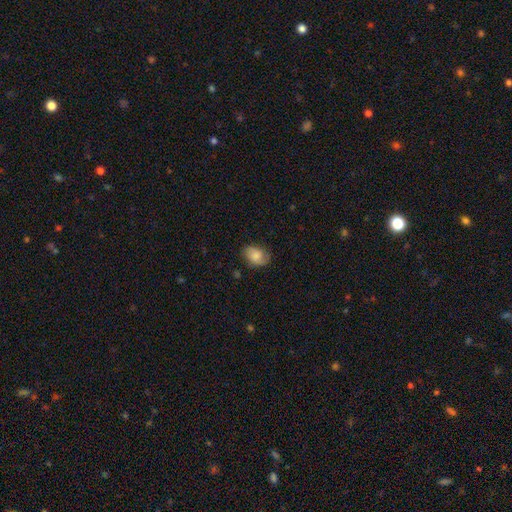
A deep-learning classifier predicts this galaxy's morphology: The model was most divided on "how rounded": in between: 74%, round: 25%, cigar-shaped: 1%. More confident: smooth or featured — smooth (80%); merging — none (72%).